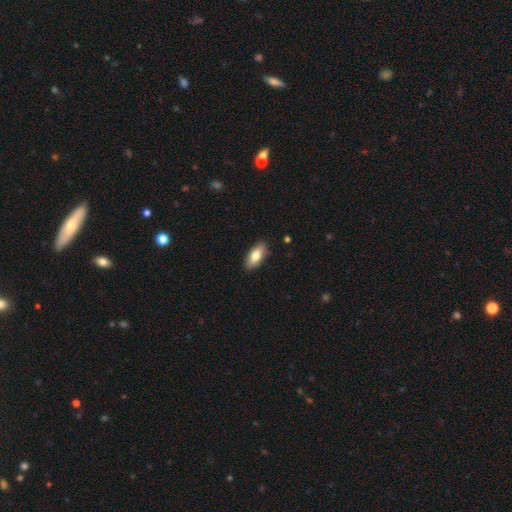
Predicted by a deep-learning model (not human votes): Smooth or featured?
  - smooth: 77% *
  - featured or disk: 16%
  - star or artifact: 6%
How rounded?
  - in between: 86% *
  - cigar-shaped: 12%
  - round: 3%
Merging?
  - none: 88% *
  - minor disturbance: 10%
  - major disturbance: 2%
  - merger: 1%